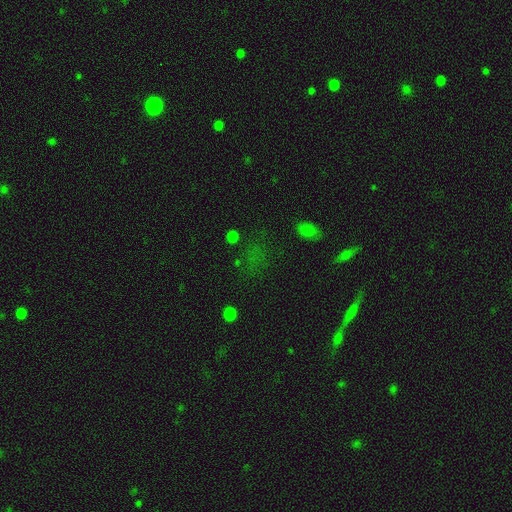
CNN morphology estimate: Overall: star or artifact (54%; smooth 33%).